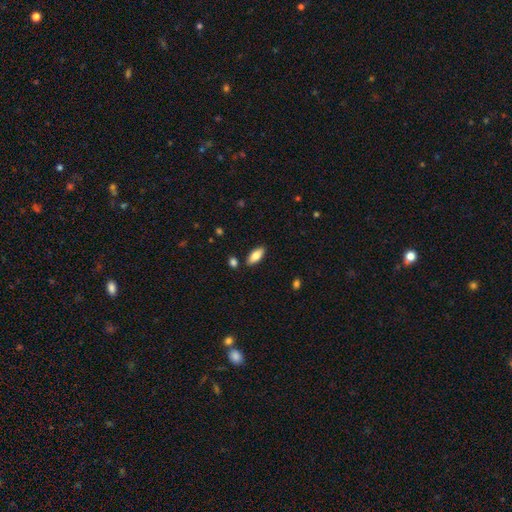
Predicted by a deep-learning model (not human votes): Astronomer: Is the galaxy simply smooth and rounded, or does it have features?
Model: smooth — 79%.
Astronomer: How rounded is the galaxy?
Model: in between — 83%.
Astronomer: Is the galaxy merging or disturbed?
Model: none — 86%.